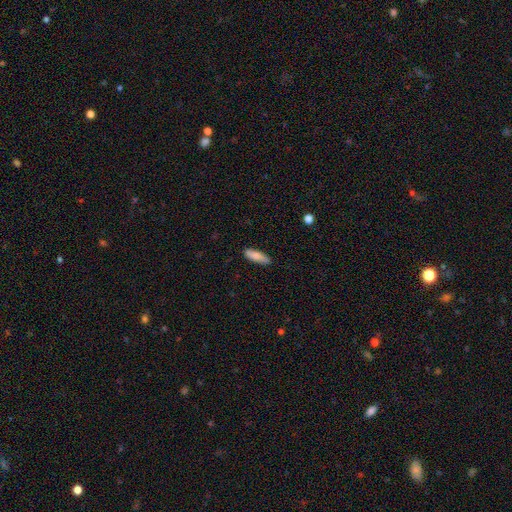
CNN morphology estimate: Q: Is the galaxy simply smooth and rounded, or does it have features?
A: smooth — 81%.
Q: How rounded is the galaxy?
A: cigar-shaped — 50%.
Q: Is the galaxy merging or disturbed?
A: none — 84%.